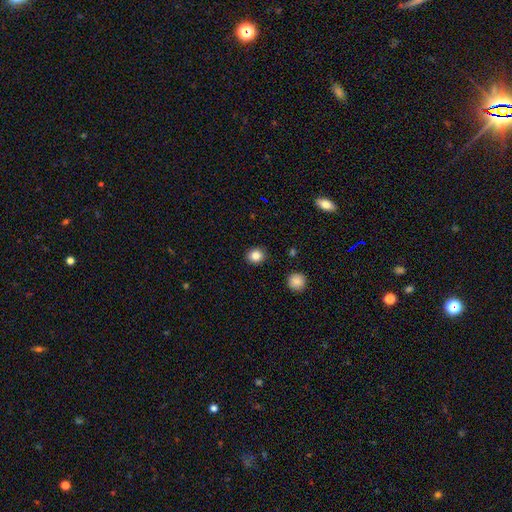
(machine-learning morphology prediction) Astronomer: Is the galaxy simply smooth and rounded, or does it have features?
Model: smooth — 84%.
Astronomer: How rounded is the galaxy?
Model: round — 81%.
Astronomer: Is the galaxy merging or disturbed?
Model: none — 91%.